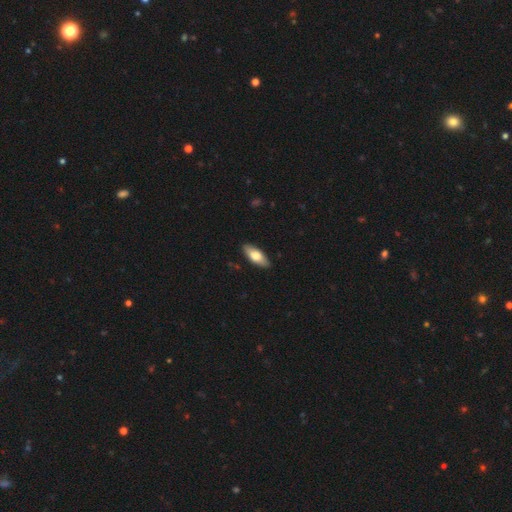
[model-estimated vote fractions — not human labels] smooth-or-featured: smooth: 71% | featured or disk: 24% | star or artifact: 5%
  how-rounded: in between: 79% | cigar-shaped: 18% | round: 2%
  merging: none: 89% | minor disturbance: 8% | major disturbance: 2% | merger: 1%